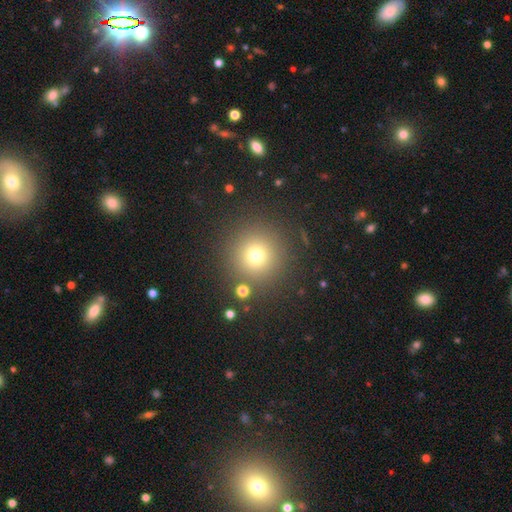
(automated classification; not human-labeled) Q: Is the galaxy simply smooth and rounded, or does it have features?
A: smooth — 72%.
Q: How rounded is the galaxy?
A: round — 96%.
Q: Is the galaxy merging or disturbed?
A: none — 88%.